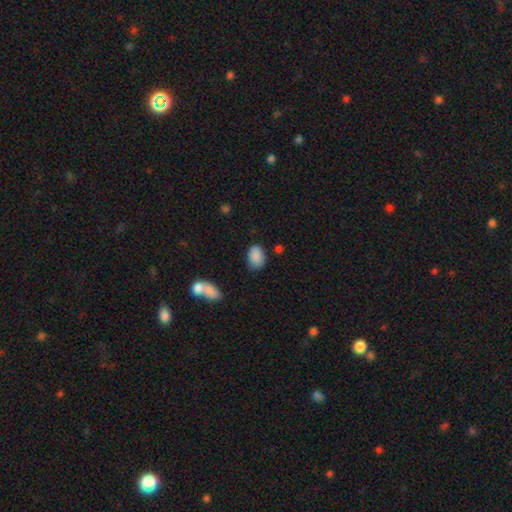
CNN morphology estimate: This appears to be a smooth galaxy with no disk features (87%) that is in between round and cigar-shaped (83%). Merging: none (69%).